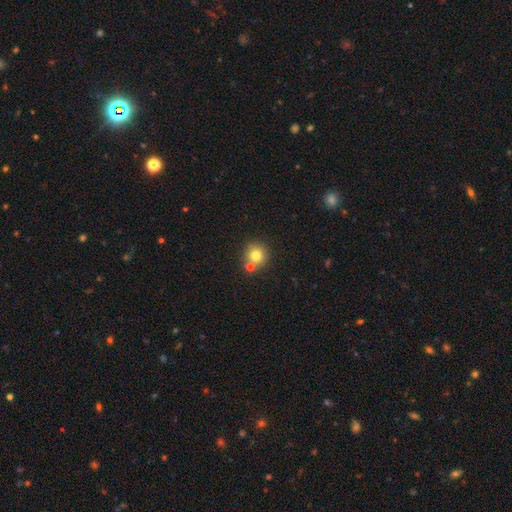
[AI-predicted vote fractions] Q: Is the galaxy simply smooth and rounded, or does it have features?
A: smooth — 78%.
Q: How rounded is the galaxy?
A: round — 91%.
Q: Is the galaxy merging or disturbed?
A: none — 69%.